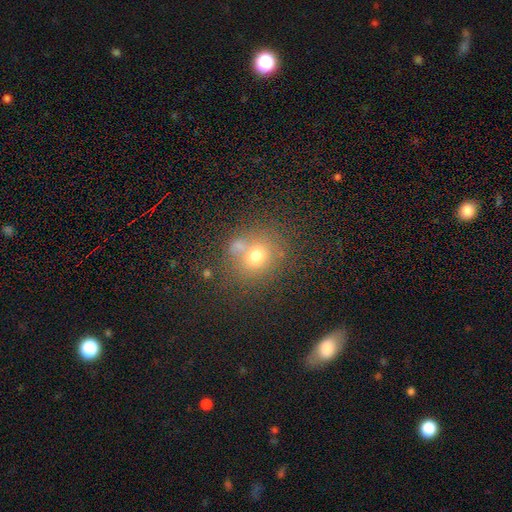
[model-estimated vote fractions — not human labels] Q: Smooth or featured?
A: smooth (69%); runner-up: star or artifact (17%)
Q: How rounded?
A: round (75%); runner-up: in between (24%)
Q: Merging?
A: none (60%); runner-up: merger (22%)